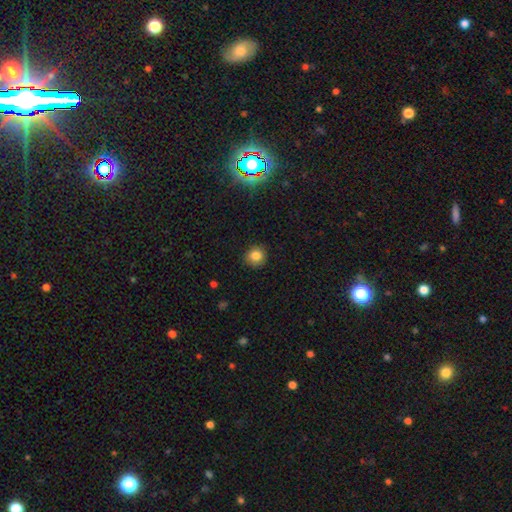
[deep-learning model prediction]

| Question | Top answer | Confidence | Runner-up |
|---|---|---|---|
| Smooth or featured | smooth | 83% | star or artifact (11%) |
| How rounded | round | 90% | in between (9%) |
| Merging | none | 90% | minor disturbance (7%) |